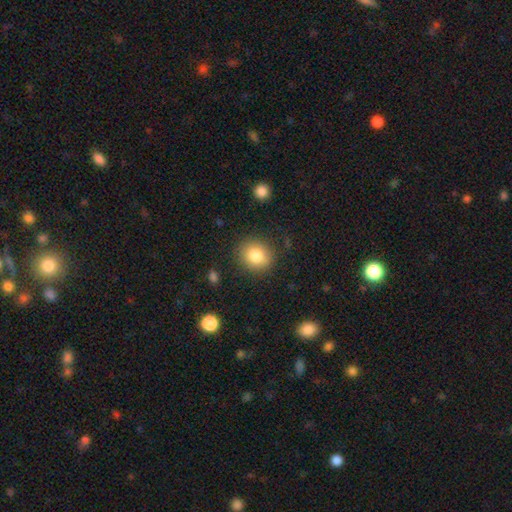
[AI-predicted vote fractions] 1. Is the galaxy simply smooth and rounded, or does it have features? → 82% smooth, 10% star or artifact, 8% featured or disk.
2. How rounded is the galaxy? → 77% round, 22% in between, 1% cigar-shaped.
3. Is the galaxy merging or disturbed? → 85% none, 10% minor disturbance, 4% major disturbance, 2% merger.